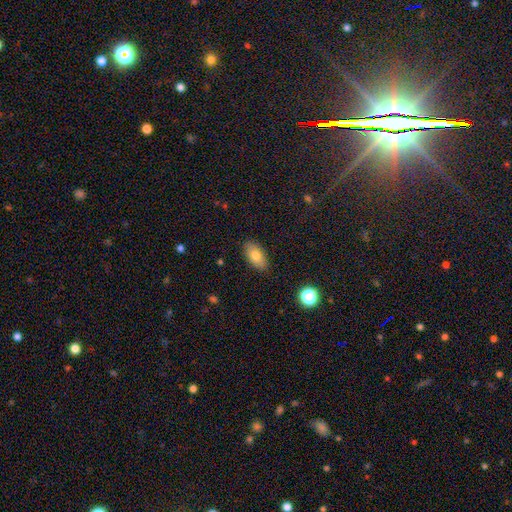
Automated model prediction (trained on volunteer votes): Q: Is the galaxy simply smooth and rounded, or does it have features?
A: smooth — 77%.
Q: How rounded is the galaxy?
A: in between — 91%.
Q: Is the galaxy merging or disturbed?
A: none — 86%.